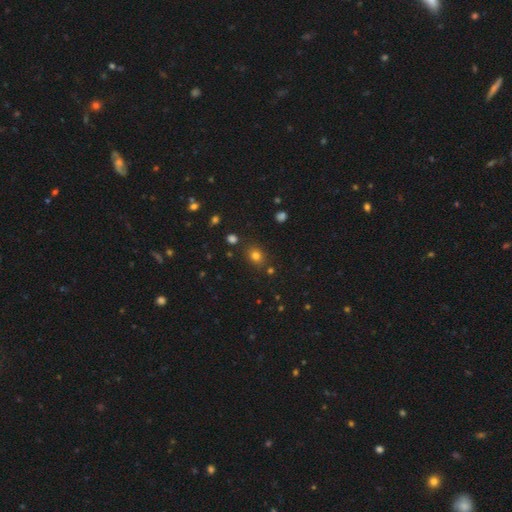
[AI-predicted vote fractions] Smooth or featured: smooth — 76% (star or artifact — 17%)
How rounded: round — 57% (in between — 42%)
Merging: none — 82% (minor disturbance — 10%)